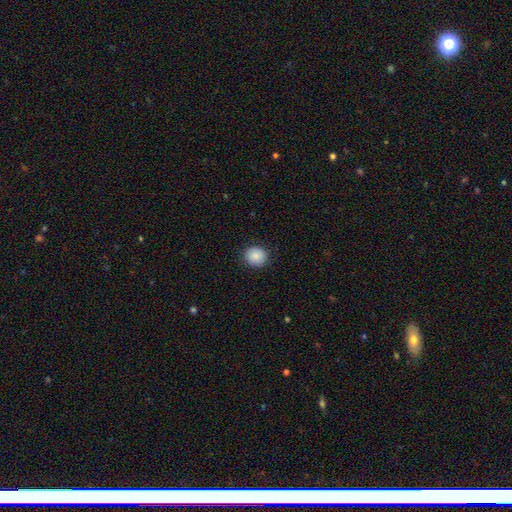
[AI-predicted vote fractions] Smooth or featured? smooth (88%)
How rounded? round (85%)
Merging? none (89%)